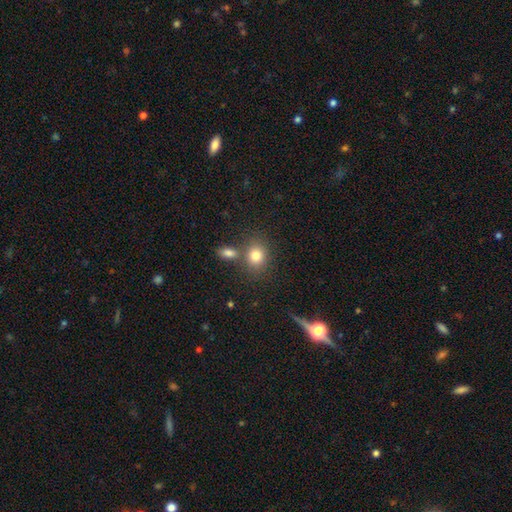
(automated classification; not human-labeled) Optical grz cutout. It shows a smooth galaxy with no disk features (81%) that is round (57%). Merging: none (64%).